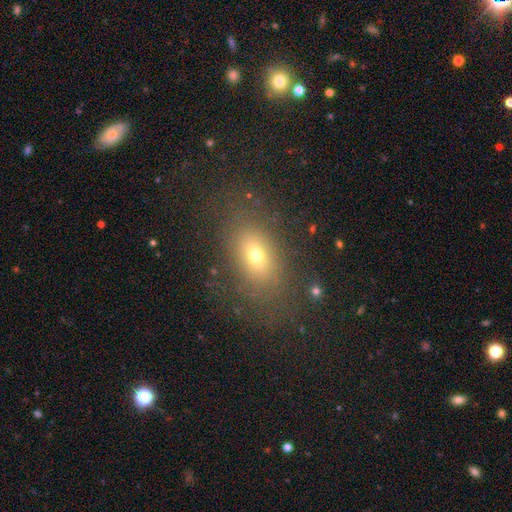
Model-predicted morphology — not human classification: A smooth galaxy with no disk features (66%) that is in between round and cigar-shaped (77%).

Vote fractions:
- Smooth or featured? smooth: 66% / featured or disk: 17% / star or artifact: 17%
- How rounded? in between: 77% / round: 20% / cigar-shaped: 3%
- Merging? none: 76% / minor disturbance: 13% / major disturbance: 9% / merger: 2%